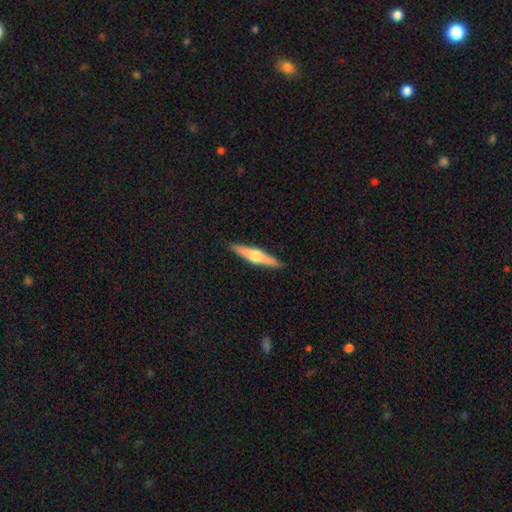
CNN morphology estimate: Smooth or featured? Predicted: featured or disk (p=0.65). Edge-on disk? Predicted: yes (p=0.97). Edge-on bulge? Predicted: rounded (p=0.94). Merging? Predicted: none (p=0.91).